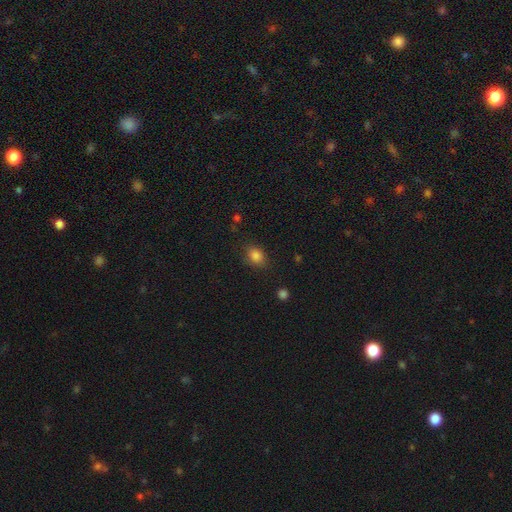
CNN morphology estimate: type=smooth (84%); roundness=in between (66%); merging=none (82%).